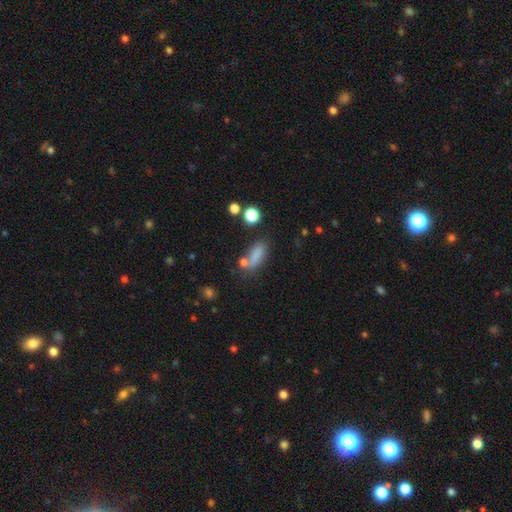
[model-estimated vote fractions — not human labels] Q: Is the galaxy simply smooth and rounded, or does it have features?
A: smooth — 77%.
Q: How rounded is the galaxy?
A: in between — 66%.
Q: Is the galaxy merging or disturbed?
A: none — 57%.